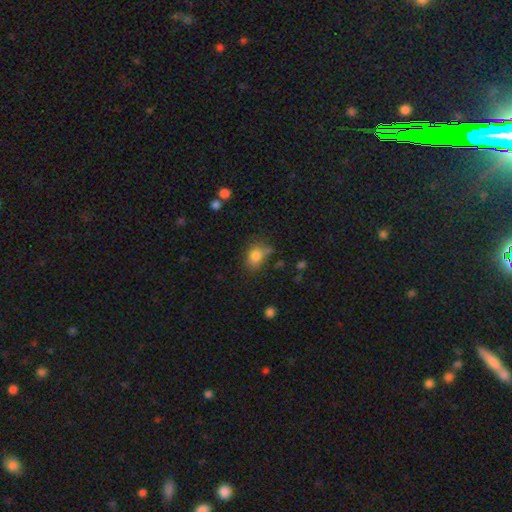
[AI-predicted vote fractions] Smooth or featured? smooth (81%)
How rounded? in between (63%)
Merging? none (56%)